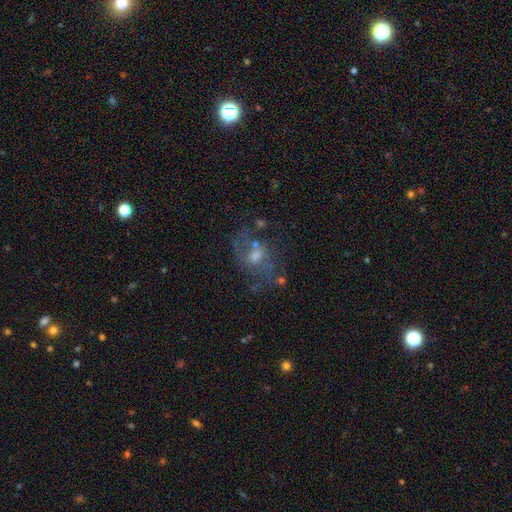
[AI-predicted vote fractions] Smooth or featured: featured or disk — 67% (smooth — 18%)
Edge-on disk: no — 96% (yes — 4%)
Bar: no — 58% (weak — 36%)
Spiral arms: yes — 76% (no — 24%)
Bulge size: moderate — 57% (small — 29%)
Merging: none — 57% (minor disturbance — 19%)